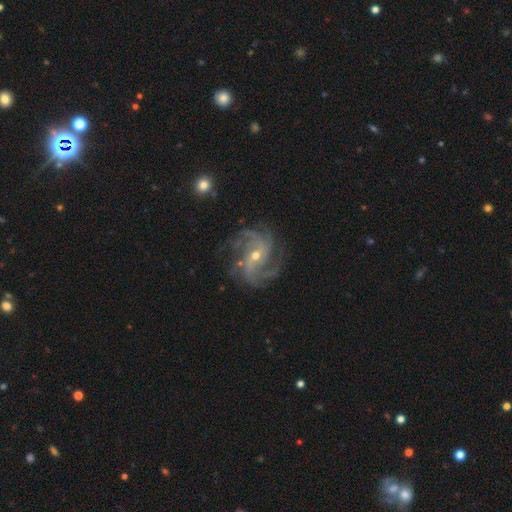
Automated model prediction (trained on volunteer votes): Smooth or featured?
  - featured or disk: 90% *
  - star or artifact: 6%
  - smooth: 4%
Edge-on disk?
  - no: 97% *
  - yes: 3%
Bar?
  - no: 45% *
  - weak: 39%
  - strong: 17%
Spiral arms?
  - yes: 98% *
  - no: 2%
Spiral winding?
  - medium: 49% *
  - tight: 33%
  - loose: 17%
Spiral arm count?
  - 3: 30% *
  - 4: 24%
  - 2: 16%
  - can't tell: 14%
  - more than 4: 10%
  - 1: 6%
Bulge size?
  - small: 52% *
  - moderate: 45%
  - large: 2%
  - none: 1%
  - dominant: 1%
Merging?
  - none: 73% *
  - minor disturbance: 16%
  - major disturbance: 10%
  - merger: 2%